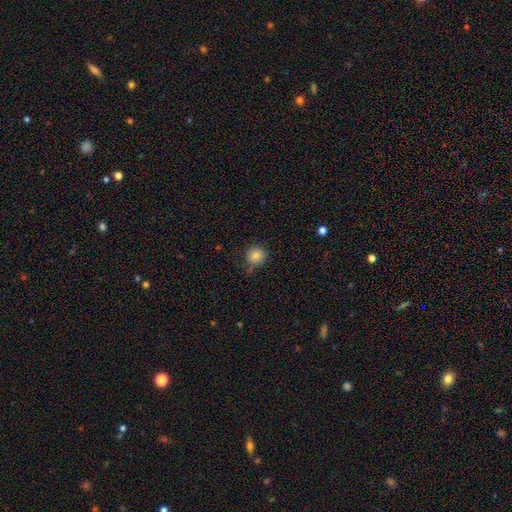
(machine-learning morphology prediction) Smooth or featured? Predicted: smooth (p=0.82). How rounded? Predicted: round (p=0.88). Merging? Predicted: none (p=0.66).